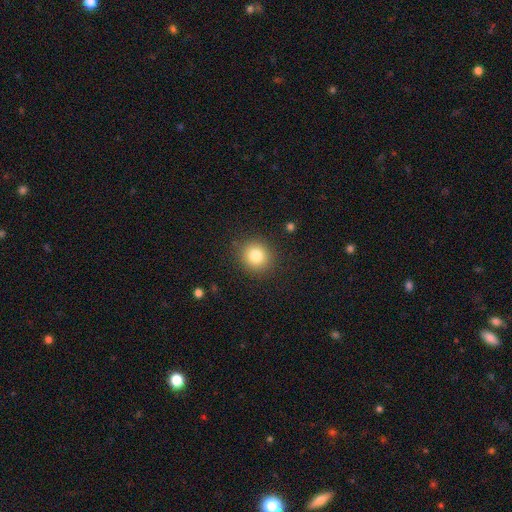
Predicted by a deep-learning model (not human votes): A smooth galaxy with no disk features (81%) that is round (86%). Merging: none (88%).